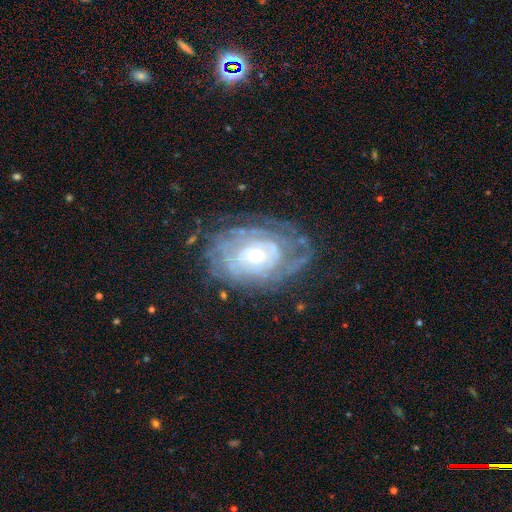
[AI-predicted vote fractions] Smooth or featured: featured or disk — 83% (smooth — 10%)
Edge-on disk: no — 95% (yes — 5%)
Bar: no — 74% (weak — 20%)
Spiral arms: yes — 86% (no — 14%)
Spiral winding: tight — 77% (medium — 17%)
Spiral arm count: can't tell — 53% (2 — 13%)
Bulge size: small — 48% (moderate — 47%)
Merging: none — 67% (minor disturbance — 20%)